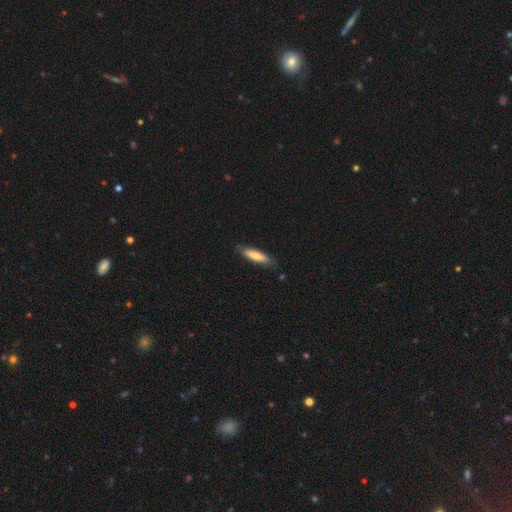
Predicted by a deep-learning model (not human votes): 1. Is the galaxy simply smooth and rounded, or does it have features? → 72% smooth, 22% featured or disk, 6% star or artifact.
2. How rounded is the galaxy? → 72% cigar-shaped, 26% in between, 1% round.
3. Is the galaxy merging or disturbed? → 80% none, 16% minor disturbance, 3% major disturbance, 1% merger.